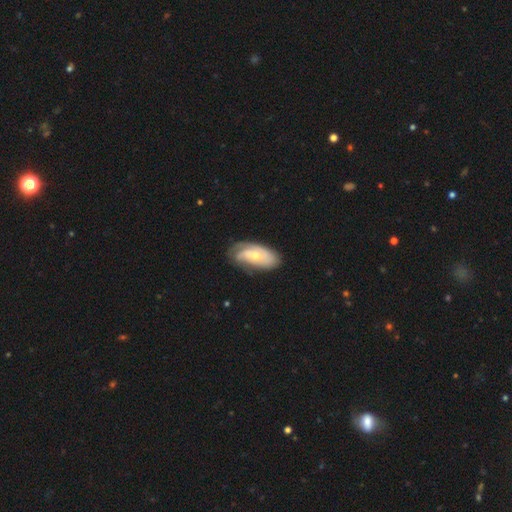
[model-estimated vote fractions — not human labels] This is likely a featured or disk galaxy (67%). It is clearly not viewed edge-on (93%). Bar: likely no (75%). Spiral arm pattern: clearly yes (85%). Spiral arm count: marginally can't tell (35%). Spiral winding: possibly tight (55%). Central bulge: possibly moderate (50%). Merging: likely none (65%).